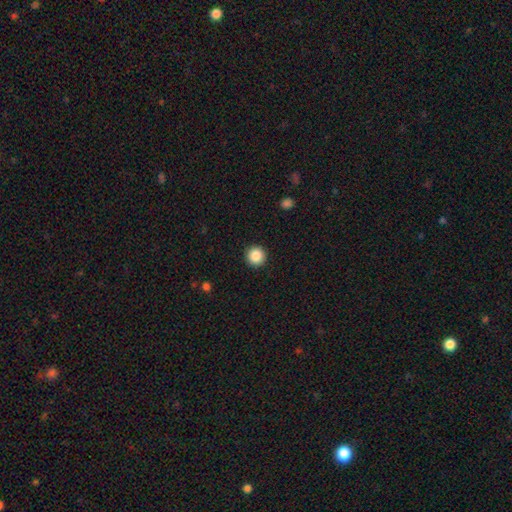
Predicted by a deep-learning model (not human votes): Morphology: type=smooth (87%); roundness=round (96%); merging=none (93%).